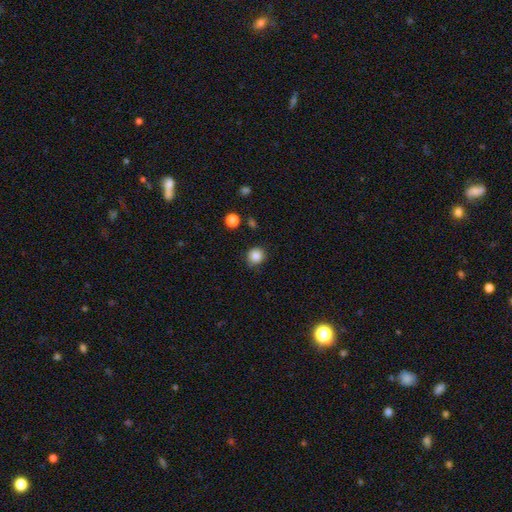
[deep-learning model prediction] Smooth or featured?
  - smooth: 84% *
  - star or artifact: 11%
  - featured or disk: 5%
How rounded?
  - round: 89% *
  - in between: 10%
  - cigar-shaped: 1%
Merging?
  - none: 83% *
  - minor disturbance: 12%
  - major disturbance: 3%
  - merger: 2%